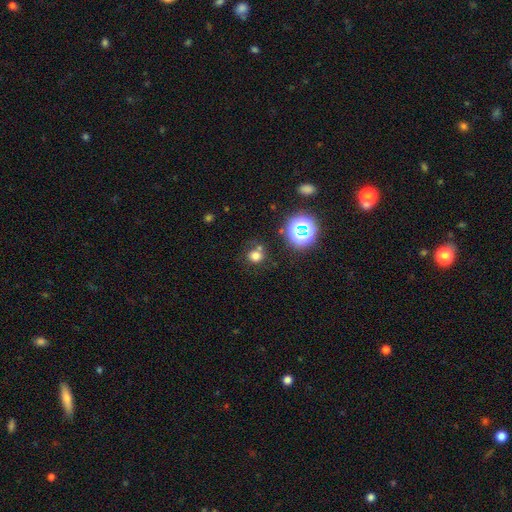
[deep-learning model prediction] Q: Smooth or featured?
A: smooth (69%); runner-up: star or artifact (23%)
Q: How rounded?
A: round (82%); runner-up: in between (17%)
Q: Merging?
A: none (64%); runner-up: merger (17%)